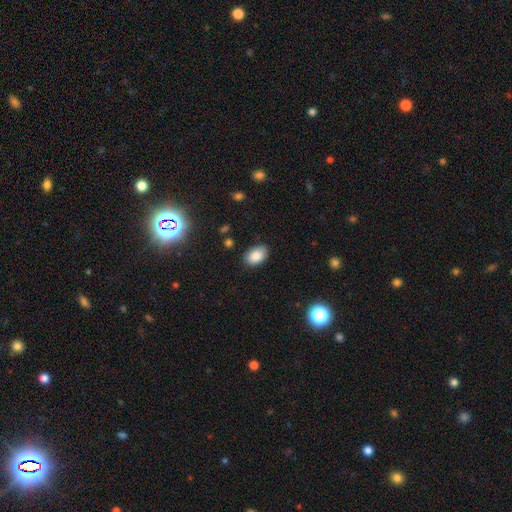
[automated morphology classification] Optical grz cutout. It shows a smooth galaxy with no disk features (86%) that is in between round and cigar-shaped (87%). Merging: none (80%).